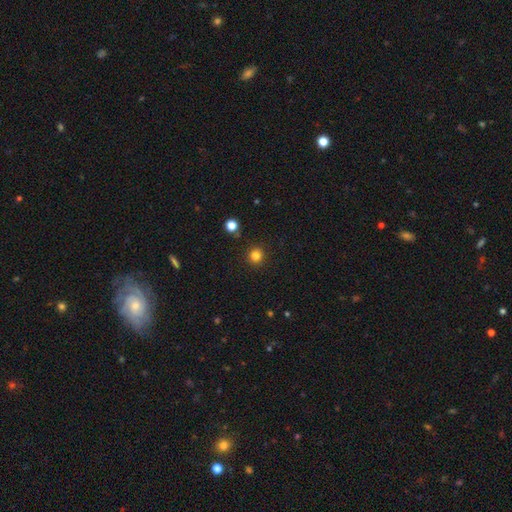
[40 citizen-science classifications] A smooth galaxy with no disk features (80%) that is round (97%).

Vote fractions:
- Smooth or featured? smooth: 80% / star or artifact: 12% / featured or disk: 8%
- How rounded? round: 97% / in between: 3% / cigar-shaped: 0%
- Merging? none: 74% / minor disturbance: 17% / major disturbance: 6% / merger: 3%